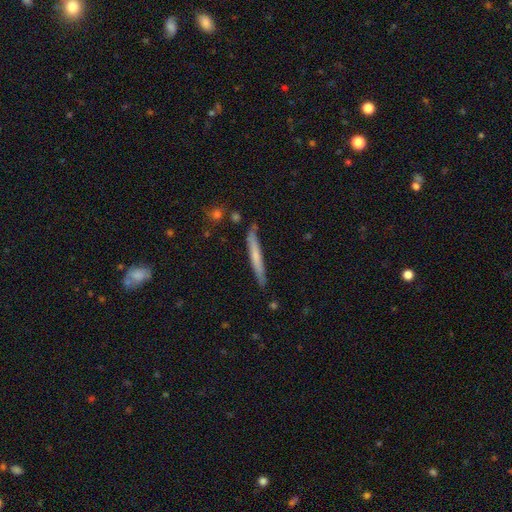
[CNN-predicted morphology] Smooth or featured: smooth — 56% (featured or disk — 38%)
How rounded: cigar-shaped — 96% (in between — 3%)
Merging: none — 83% (minor disturbance — 13%)